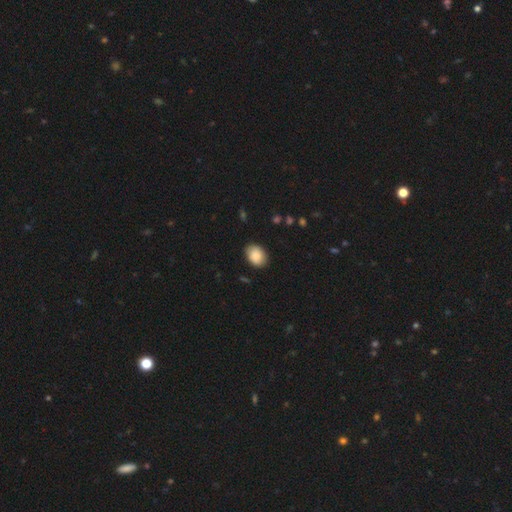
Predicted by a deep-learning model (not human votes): Smooth or featured? Predicted: smooth (p=0.87). How rounded? Predicted: in between (p=0.70). Merging? Predicted: none (p=0.85).